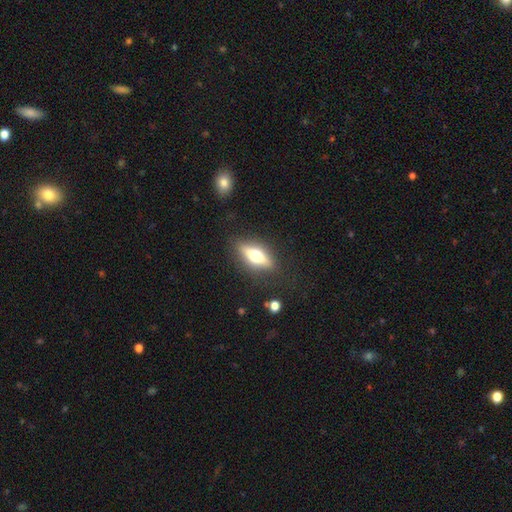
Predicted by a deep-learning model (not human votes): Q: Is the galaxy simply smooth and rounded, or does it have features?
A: featured or disk — 54%.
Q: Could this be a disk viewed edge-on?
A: yes — 88%.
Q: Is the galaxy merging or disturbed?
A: none — 84%.